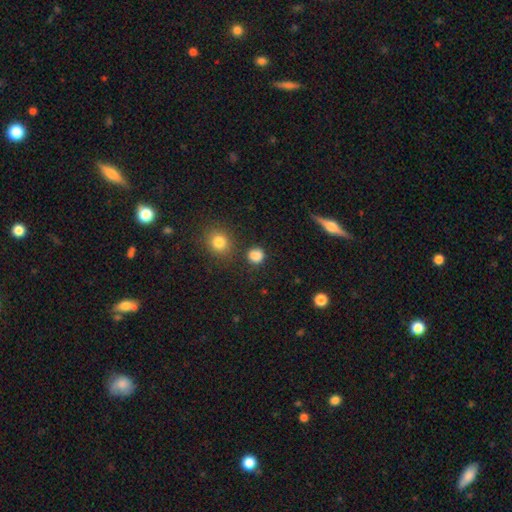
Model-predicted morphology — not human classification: Q: Smooth or featured?
A: smooth (83%); runner-up: star or artifact (13%)
Q: How rounded?
A: round (84%); runner-up: in between (14%)
Q: Merging?
A: none (79%); runner-up: minor disturbance (11%)